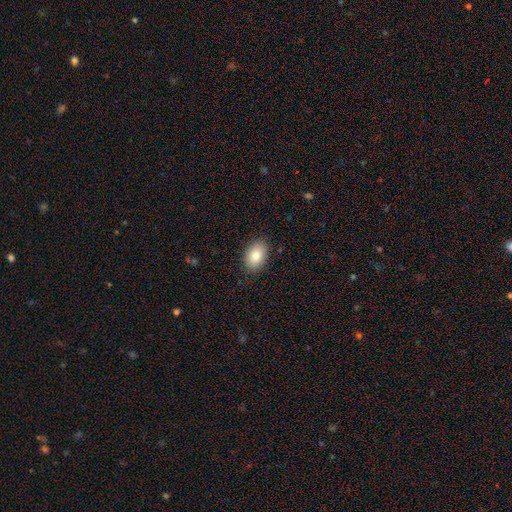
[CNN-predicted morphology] A smooth galaxy with no disk features (84%) that is in between round and cigar-shaped (87%).

Vote fractions:
- Smooth or featured? smooth: 84% / featured or disk: 8% / star or artifact: 7%
- How rounded? in between: 87% / round: 12% / cigar-shaped: 1%
- Merging? none: 87% / minor disturbance: 9% / major disturbance: 2% / merger: 1%